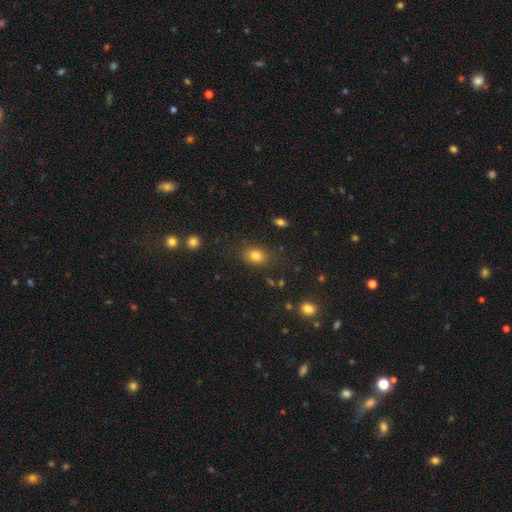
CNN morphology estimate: This is clearly a smooth galaxy (82%). How rounded: likely in between (68%). Merging: likely none (79%).